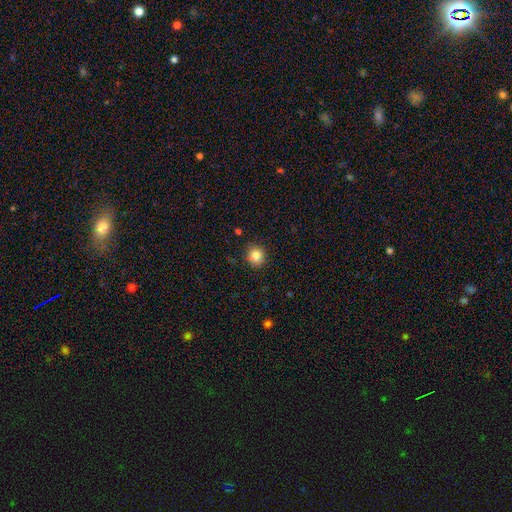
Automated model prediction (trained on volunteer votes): This is clearly a smooth galaxy (83%). How rounded: clearly round (87%). Merging: clearly none (87%).